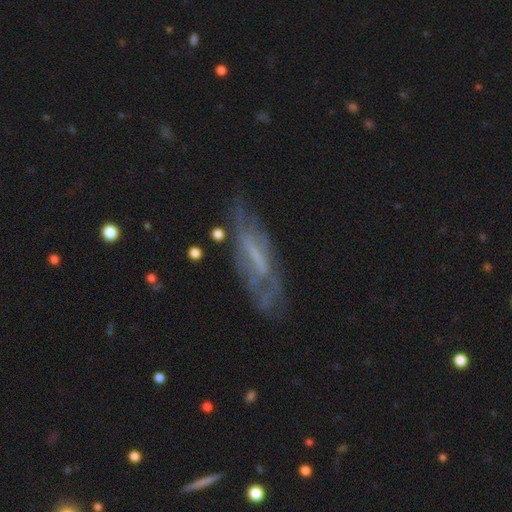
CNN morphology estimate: smooth_or_featured: featured or disk (p=0.65) [alt: smooth p=0.26]
disk_edge_on: no (p=0.70) [alt: yes p=0.30]
merging: none (p=0.57) [alt: minor disturbance p=0.24]